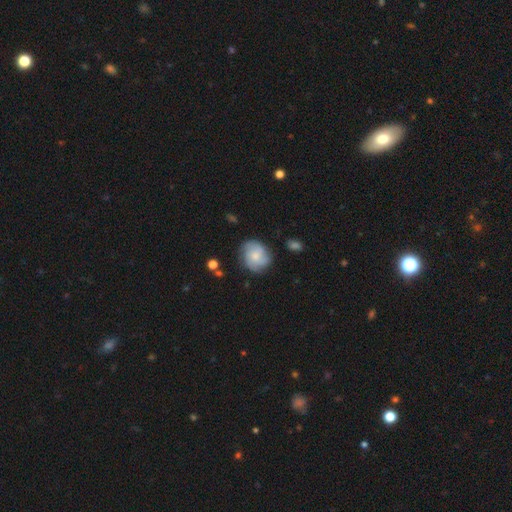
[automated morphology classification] smooth-or-featured: featured or disk: 57% | smooth: 36% | star or artifact: 7%
  disk-edge-on: no: 98% | yes: 2%
    bar: no: 74% | weak: 24% | strong: 3%
    has-spiral-arms: yes: 90% | no: 10%
      spiral-winding: tight: 46% | medium: 40% | loose: 14%
      spiral-arm-count: 3: 36% | can't tell: 26% | 2: 16% | 4: 14% | 1: 4% | more than 4: 4%
    bulge-size: moderate: 44% | small: 41% | none: 8% | large: 6% | dominant: 1%
  merging: none: 75% | minor disturbance: 18% | major disturbance: 6% | merger: 2%